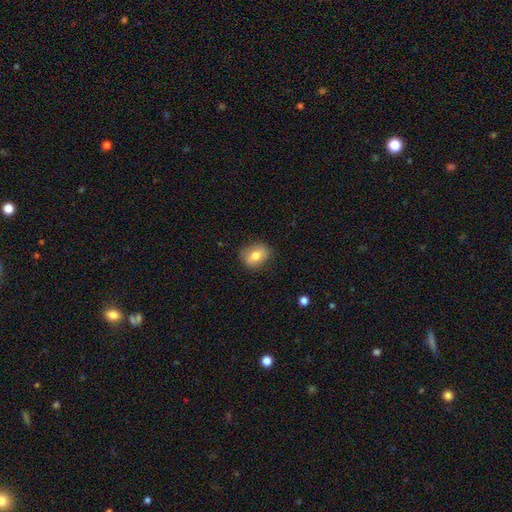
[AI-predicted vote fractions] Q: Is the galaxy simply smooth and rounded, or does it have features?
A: smooth — 76%.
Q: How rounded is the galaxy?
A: in between — 52%.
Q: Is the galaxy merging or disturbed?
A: none — 82%.